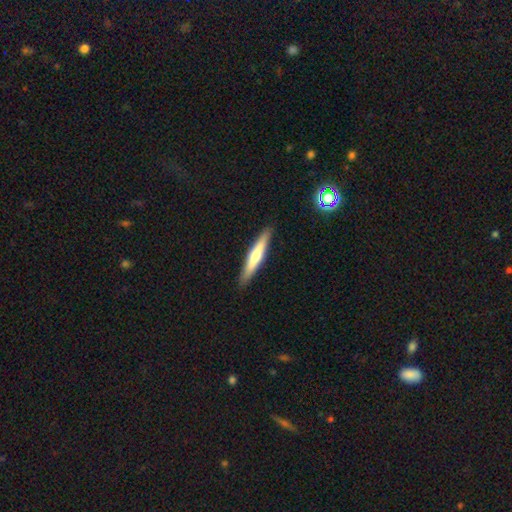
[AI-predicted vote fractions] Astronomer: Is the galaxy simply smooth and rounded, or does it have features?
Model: smooth — 51% (runner-up: featured or disk, 44%).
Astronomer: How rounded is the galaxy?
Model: cigar-shaped — 92%.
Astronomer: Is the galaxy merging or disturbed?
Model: none — 91%.